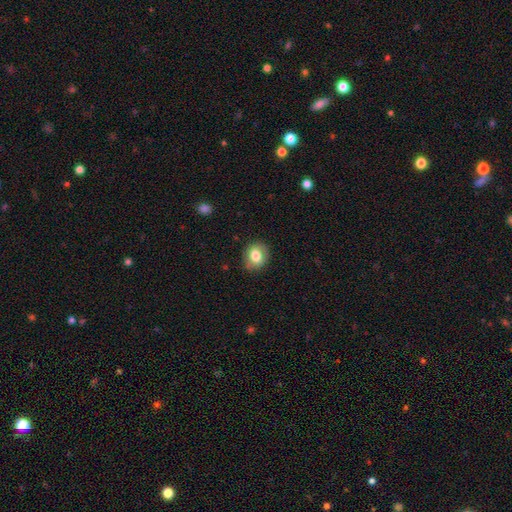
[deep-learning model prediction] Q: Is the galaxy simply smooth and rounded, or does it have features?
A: smooth — 78%.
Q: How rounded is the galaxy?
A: round — 63%.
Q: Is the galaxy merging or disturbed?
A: none — 83%.